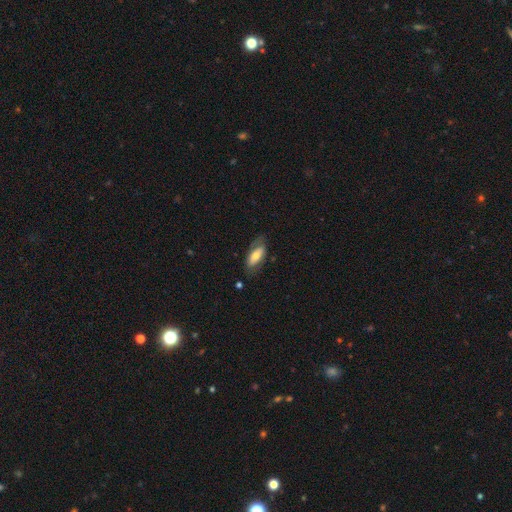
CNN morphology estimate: Q: Smooth or featured?
A: smooth (57%); runner-up: featured or disk (37%)
Q: How rounded?
A: in between (82%); runner-up: cigar-shaped (16%)
Q: Merging?
A: none (68%); runner-up: minor disturbance (21%)